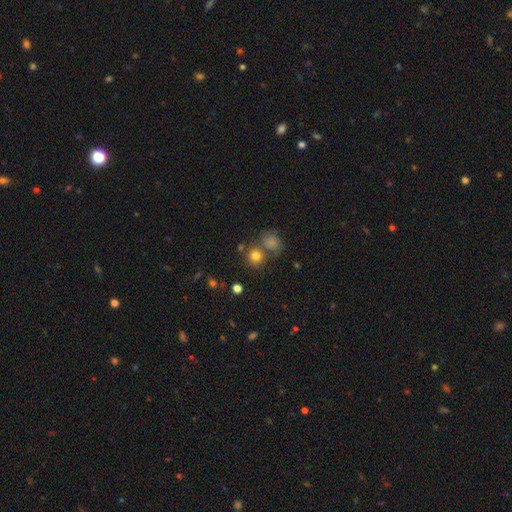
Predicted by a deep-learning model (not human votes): This is likely a smooth galaxy (79%). How rounded: clearly round (87%). Merging: likely none (62%).